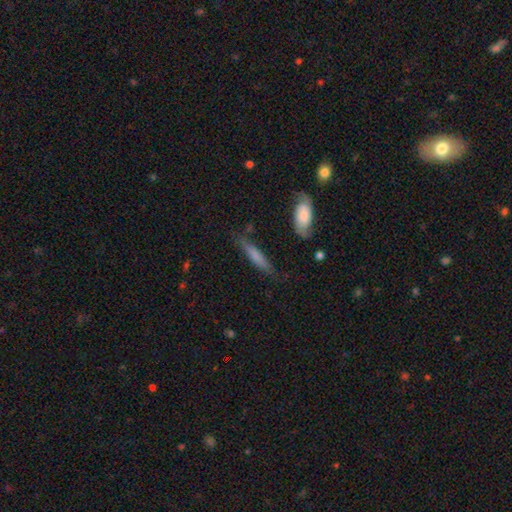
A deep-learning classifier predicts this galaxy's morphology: smooth_or_featured: smooth (p=0.62) [alt: featured or disk p=0.32]
how_rounded: cigar-shaped (p=0.86) [alt: in between p=0.12]
merging: none (p=0.76) [alt: minor disturbance p=0.17]